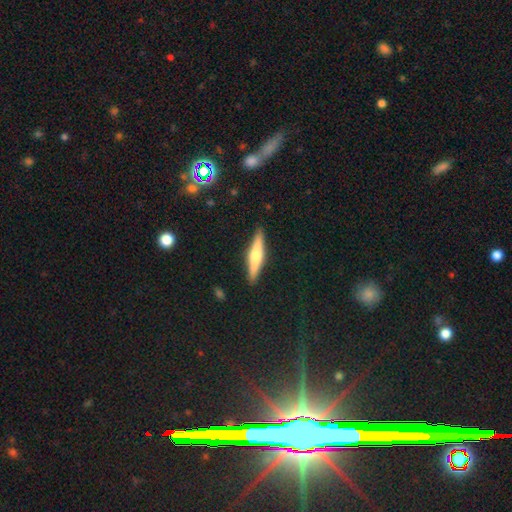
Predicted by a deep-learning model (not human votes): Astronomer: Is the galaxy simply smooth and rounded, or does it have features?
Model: featured or disk — 57% (runner-up: smooth, 37%).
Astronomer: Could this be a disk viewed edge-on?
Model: yes — 96%.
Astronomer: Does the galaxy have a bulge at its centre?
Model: rounded — 87%.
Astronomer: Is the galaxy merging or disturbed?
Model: none — 90%.